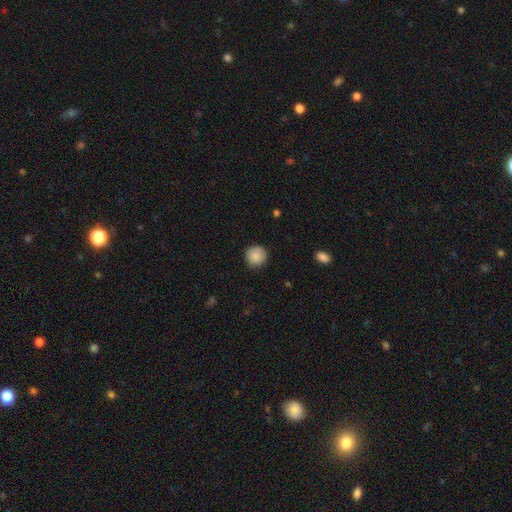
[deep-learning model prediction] A smooth galaxy with no disk features (87%) that is round (92%). Merging: none (82%).